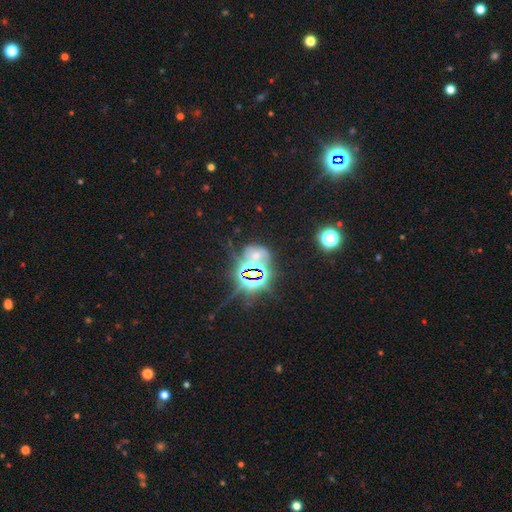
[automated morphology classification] smooth-or-featured: star or artifact: 62% | smooth: 23% | featured or disk: 15%